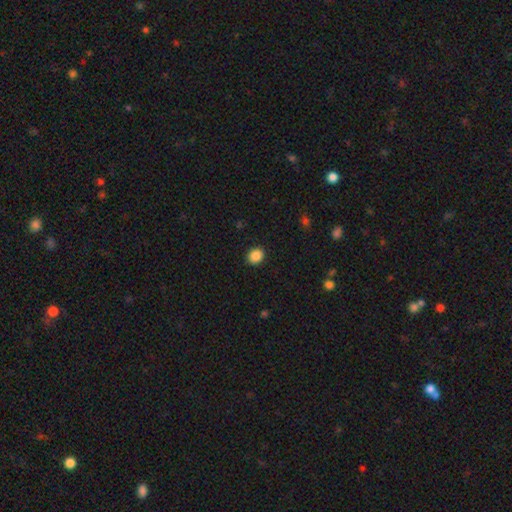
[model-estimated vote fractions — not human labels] This is clearly a smooth galaxy (88%). How rounded: likely round (67%). Merging: clearly none (91%).